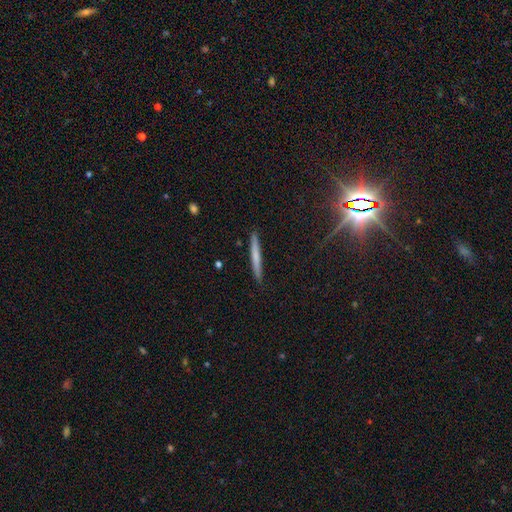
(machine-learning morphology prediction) Q: Smooth or featured?
A: smooth (60%); runner-up: featured or disk (33%)
Q: How rounded?
A: cigar-shaped (97%); runner-up: in between (2%)
Q: Merging?
A: none (91%); runner-up: minor disturbance (6%)